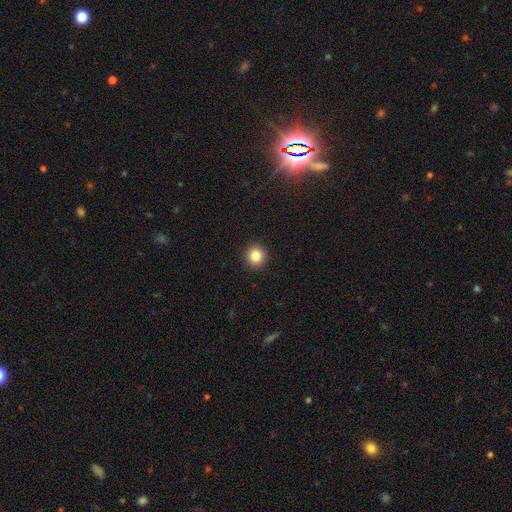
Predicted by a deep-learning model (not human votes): Overall: smooth (84%). How rounded: round (91%). Merging: none (93%).